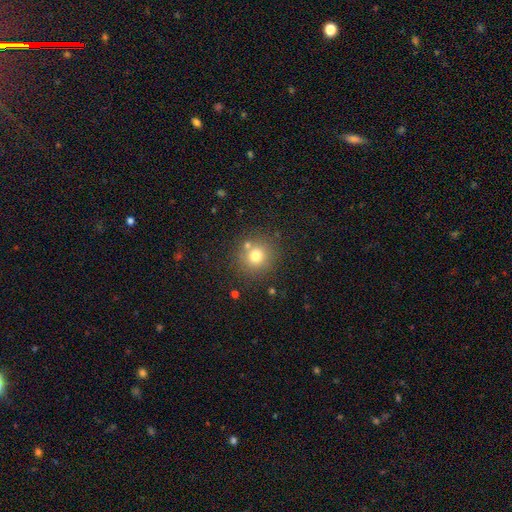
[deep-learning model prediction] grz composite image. It shows a smooth galaxy with no disk features (74%) that is round (91%). Merging: none (78%).